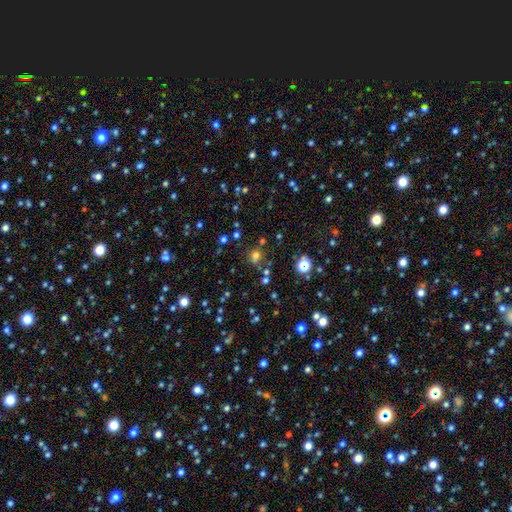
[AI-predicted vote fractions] smooth_or_featured: smooth (p=0.61) [alt: star or artifact p=0.31]
how_rounded: round (p=0.81) [alt: in between p=0.18]
merging: none (p=0.69) [alt: merger p=0.13]